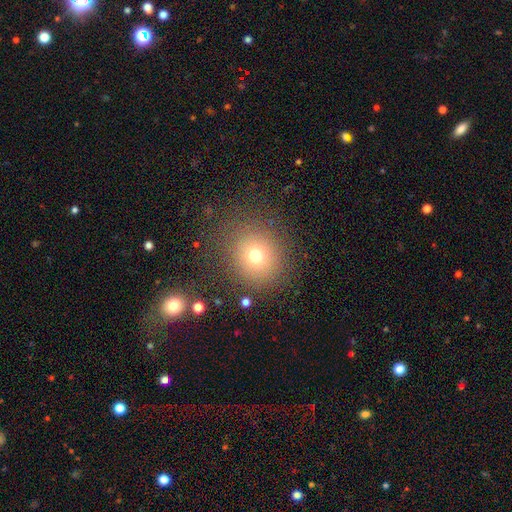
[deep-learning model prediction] smooth 71%, star or artifact 17%, featured or disk 12%. Down the decision tree: how rounded — round (84%); merging — none (82%).